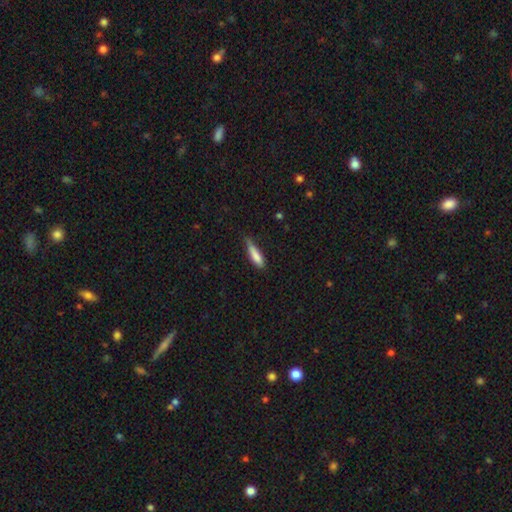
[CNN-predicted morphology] Q: Smooth or featured?
A: smooth (81%); runner-up: featured or disk (12%)
Q: How rounded?
A: cigar-shaped (71%); runner-up: in between (27%)
Q: Merging?
A: none (54%); runner-up: minor disturbance (37%)